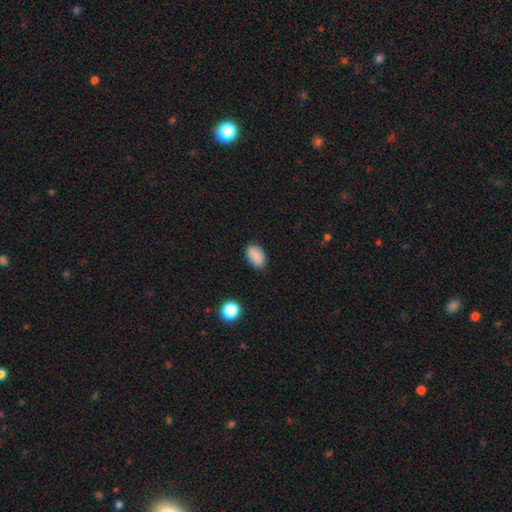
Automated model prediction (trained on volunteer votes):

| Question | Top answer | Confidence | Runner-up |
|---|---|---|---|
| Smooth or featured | smooth | 87% | star or artifact (9%) |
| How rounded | in between | 90% | round (8%) |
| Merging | none | 82% | minor disturbance (14%) |